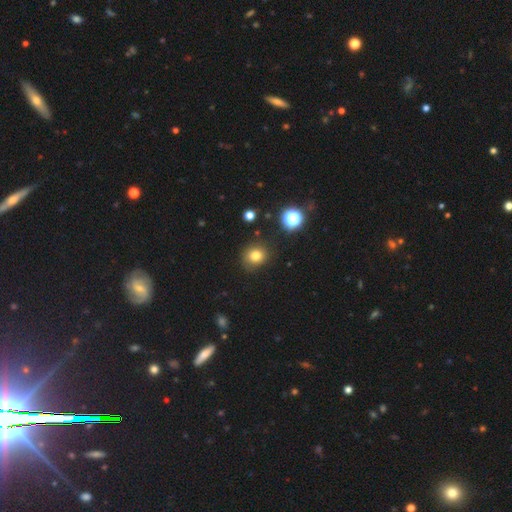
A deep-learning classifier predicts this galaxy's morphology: The model was most divided on "how rounded": round: 80%, in between: 19%, cigar-shaped: 1%. More confident: merging — none (83%); smooth or featured — smooth (78%).